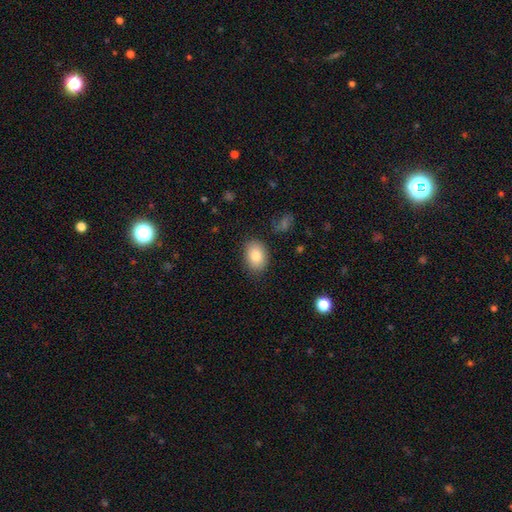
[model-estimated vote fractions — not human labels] Smooth or featured?
  - smooth: 82% *
  - featured or disk: 10%
  - star or artifact: 8%
How rounded?
  - in between: 74% *
  - round: 25%
  - cigar-shaped: 1%
Merging?
  - none: 85% *
  - minor disturbance: 11%
  - major disturbance: 3%
  - merger: 2%